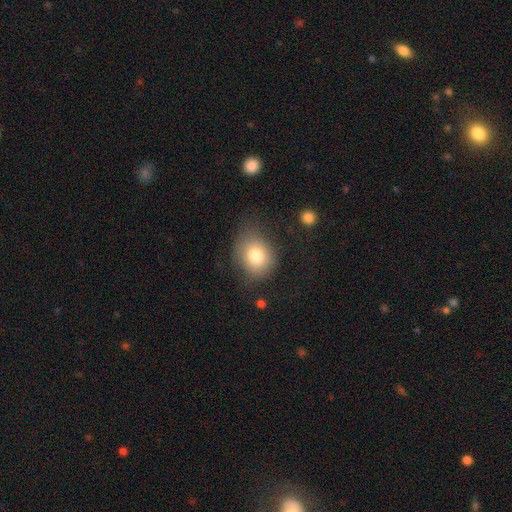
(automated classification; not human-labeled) Morphology: type=smooth (78%); roundness=round (59%); merging=none (65%).